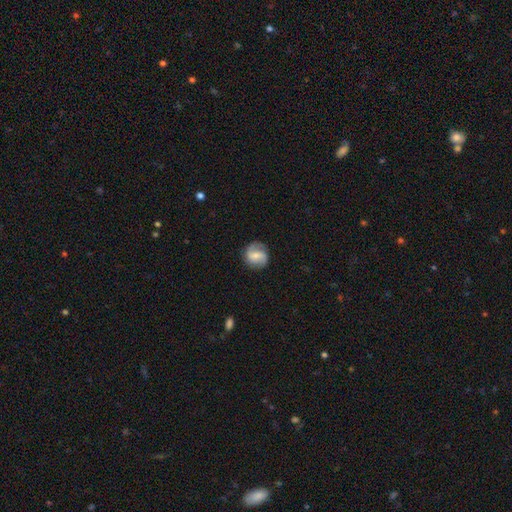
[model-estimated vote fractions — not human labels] Morphology: type=featured or disk (61%); edge-on=no (97%); bar=weak (49%); spiral arms=yes (90%); winding=medium (44%); arm count=2 (85%); bulge=small (47%); merging=none (81%).